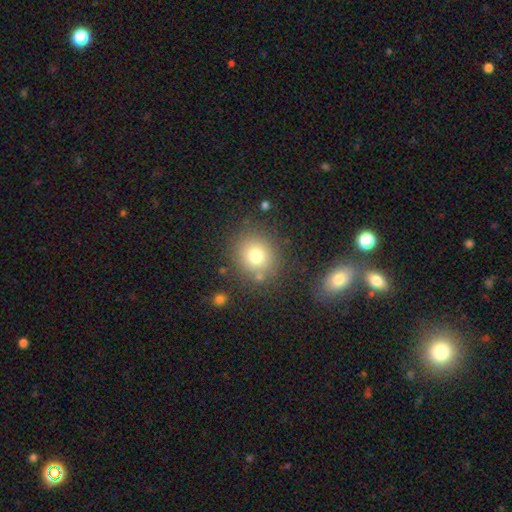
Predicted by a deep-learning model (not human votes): smooth-or-featured: smooth: 75% | star or artifact: 13% | featured or disk: 11%
  how-rounded: round: 83% | in between: 16% | cigar-shaped: 1%
  merging: none: 80% | minor disturbance: 10% | merger: 6% | major disturbance: 4%